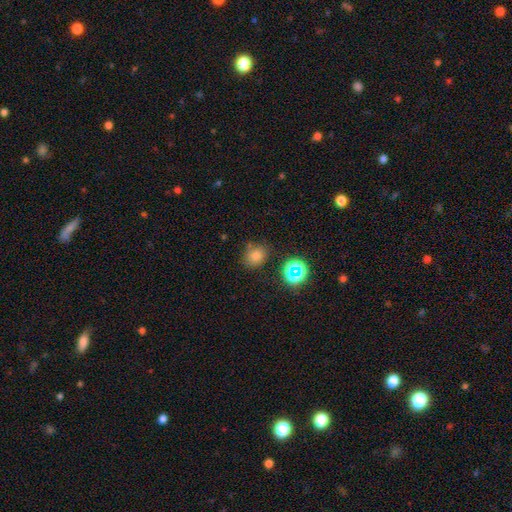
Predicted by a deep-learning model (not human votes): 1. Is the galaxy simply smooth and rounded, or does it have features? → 73% smooth, 20% star or artifact, 7% featured or disk.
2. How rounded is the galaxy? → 69% round, 30% in between, 1% cigar-shaped.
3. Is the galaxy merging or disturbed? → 78% none, 13% minor disturbance, 5% merger, 4% major disturbance.